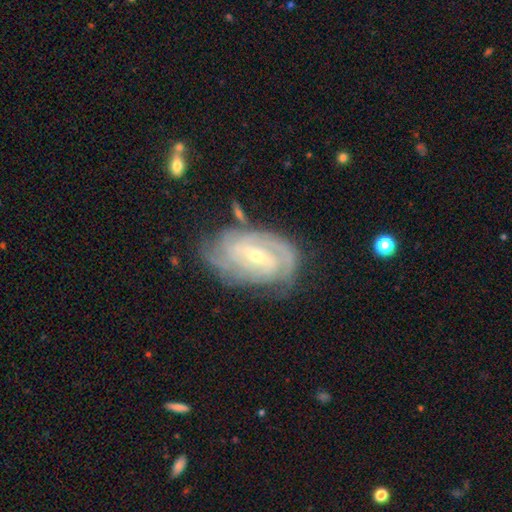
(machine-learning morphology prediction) Q: Smooth or featured?
A: featured or disk (88%); runner-up: smooth (7%)
Q: Edge-on disk?
A: no (96%); runner-up: yes (4%)
Q: Bar?
A: weak (47%); runner-up: strong (30%)
Q: Spiral arms?
A: yes (97%); runner-up: no (3%)
Q: Spiral winding?
A: tight (70%); runner-up: medium (25%)
Q: Spiral arm count?
A: 2 (27%); runner-up: can't tell (25%)
Q: Bulge size?
A: small (66%); runner-up: moderate (31%)
Q: Merging?
A: none (70%); runner-up: minor disturbance (20%)